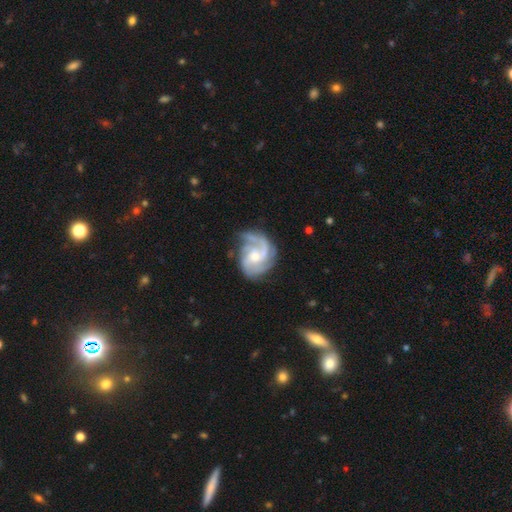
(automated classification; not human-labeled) Smooth or featured? Predicted: featured or disk (p=0.89). Edge-on disk? Predicted: no (p=0.98). Bar? Predicted: no (p=0.57). Spiral arms? Predicted: yes (p=0.98). Spiral winding? Predicted: medium (p=0.48). Spiral arm count? Predicted: 3 (p=0.42). Bulge size? Predicted: moderate (p=0.50). Merging? Predicted: none (p=0.66).